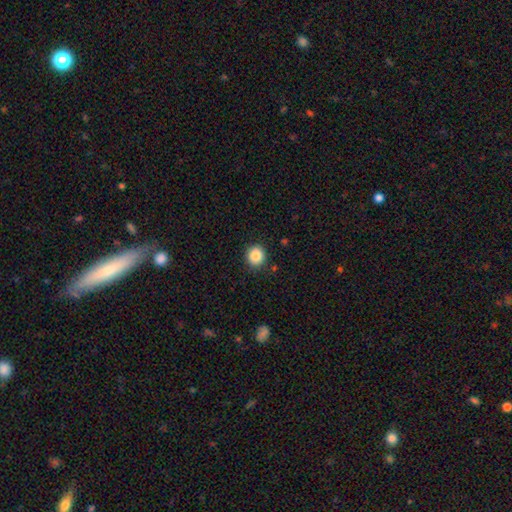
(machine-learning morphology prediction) smooth 86%, star or artifact 9%, featured or disk 5%. Down the decision tree: how rounded — round (90%); merging — none (90%).